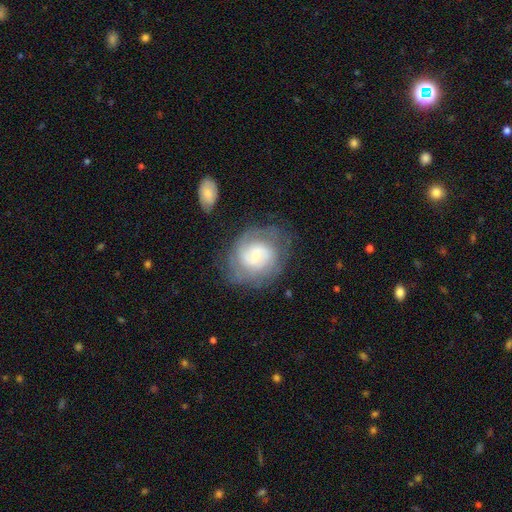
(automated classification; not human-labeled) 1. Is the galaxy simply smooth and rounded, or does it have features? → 74% featured or disk, 20% smooth, 7% star or artifact.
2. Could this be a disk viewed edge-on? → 98% no, 2% yes.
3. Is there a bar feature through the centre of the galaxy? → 51% no, 42% weak, 7% strong.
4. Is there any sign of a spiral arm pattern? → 90% yes, 10% no.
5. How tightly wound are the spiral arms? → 53% tight, 36% medium, 11% loose.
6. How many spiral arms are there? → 44% 2, 33% can't tell, 11% 3, 5% 1, 4% 4, 3% more than 4.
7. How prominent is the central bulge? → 58% small, 35% moderate, 5% large, 2% none, 1% dominant.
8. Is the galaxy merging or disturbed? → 68% none, 18% minor disturbance, 11% major disturbance, 2% merger.